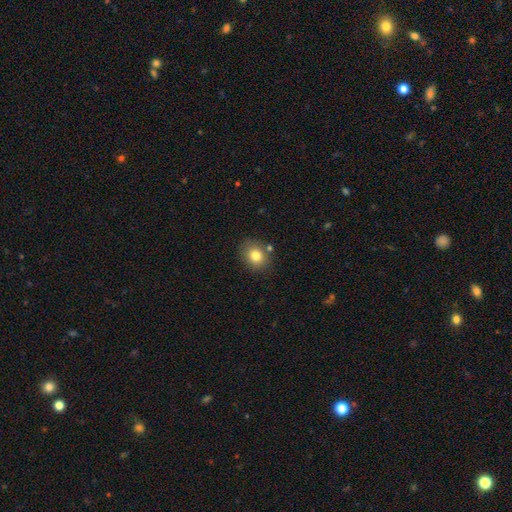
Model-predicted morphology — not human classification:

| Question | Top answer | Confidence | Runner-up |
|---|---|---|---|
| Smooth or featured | smooth | 80% | star or artifact (11%) |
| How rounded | round | 65% | in between (34%) |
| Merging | none | 80% | minor disturbance (11%) |